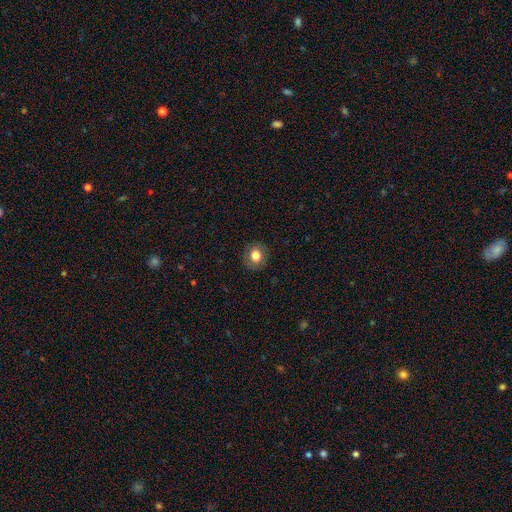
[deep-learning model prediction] smooth 79%, featured or disk 11%, star or artifact 10%. Down the decision tree: how rounded — round (83%); merging — none (88%).